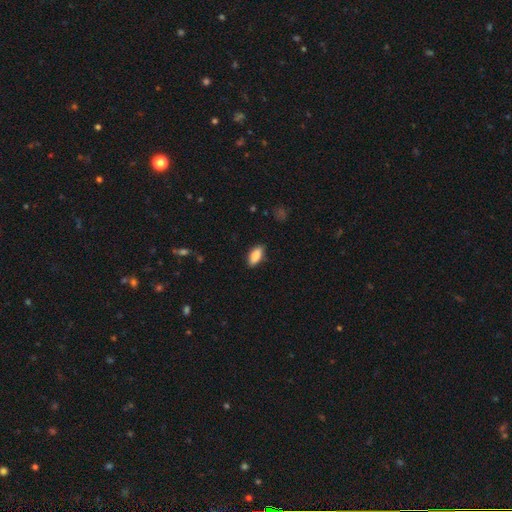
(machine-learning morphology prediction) A smooth galaxy with no disk features (86%) that is in between round and cigar-shaped (89%).

Vote fractions:
- Smooth or featured? smooth: 86% / featured or disk: 8% / star or artifact: 7%
- How rounded? in between: 89% / cigar-shaped: 9% / round: 2%
- Merging? none: 87% / minor disturbance: 10% / major disturbance: 2% / merger: 1%